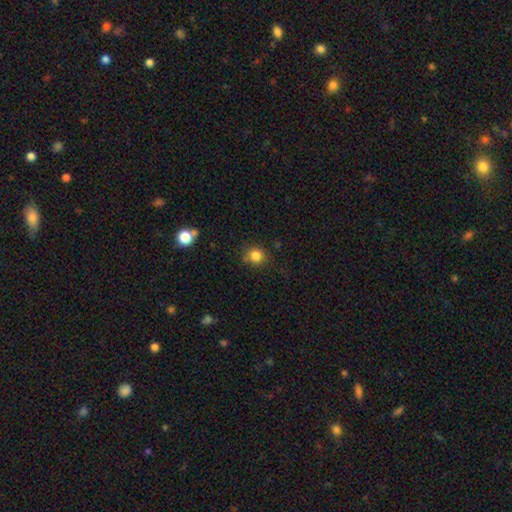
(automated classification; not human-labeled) Q: Smooth or featured?
A: smooth (83%); runner-up: star or artifact (11%)
Q: How rounded?
A: round (81%); runner-up: in between (18%)
Q: Merging?
A: none (79%); runner-up: minor disturbance (14%)